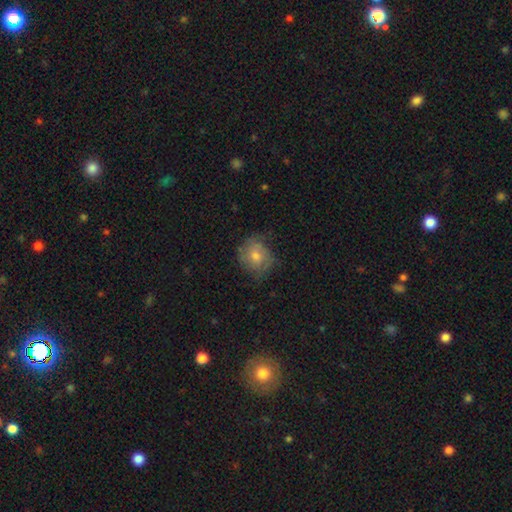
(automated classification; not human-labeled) Morphology: type=smooth (50%); roundness=round (75%); merging=none (65%).